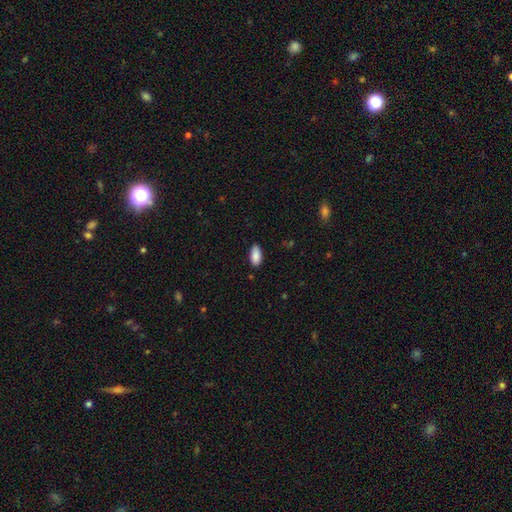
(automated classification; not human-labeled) A smooth galaxy with no disk features (89%) that is in between round and cigar-shaped (92%). Merging: none (84%).